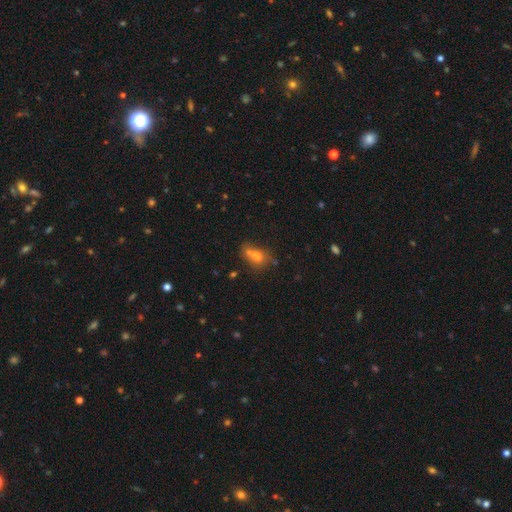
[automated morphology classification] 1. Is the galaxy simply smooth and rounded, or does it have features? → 62% smooth, 21% featured or disk, 17% star or artifact.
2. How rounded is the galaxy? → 66% in between, 25% round, 9% cigar-shaped.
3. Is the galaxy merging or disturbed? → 41% merger, 35% none, 14% minor disturbance, 10% major disturbance.